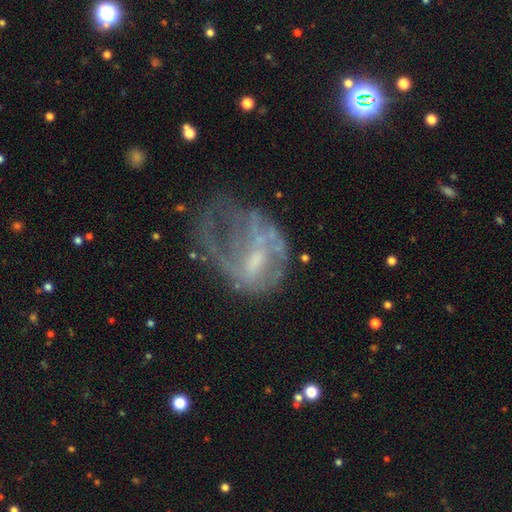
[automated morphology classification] type=featured or disk (67%); edge-on=no (97%); bar=no (49%); spiral arms=no (53%); bulge=small (35%); merging=major disturbance (45%).